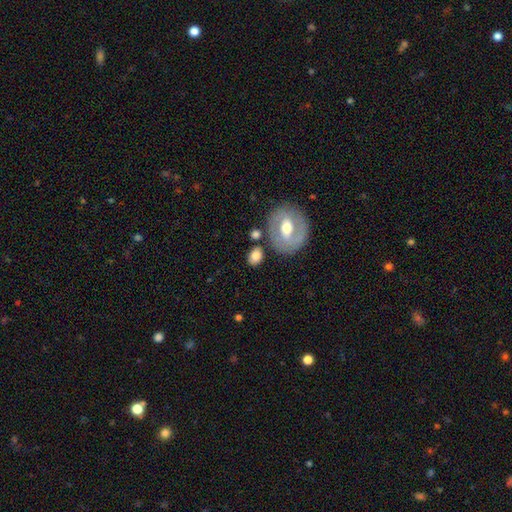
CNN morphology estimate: Smooth or featured: smooth — 75% (featured or disk — 18%)
How rounded: in between — 62% (round — 36%)
Merging: none — 72% (minor disturbance — 15%)